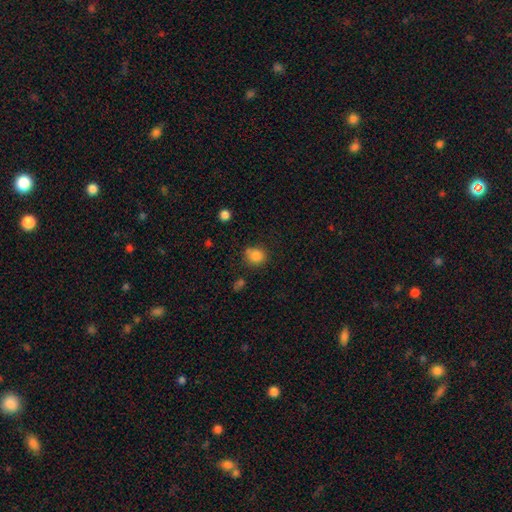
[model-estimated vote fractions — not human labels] Smooth or featured? Predicted: smooth (p=0.83). How rounded? Predicted: round (p=0.80). Merging? Predicted: none (p=0.69).